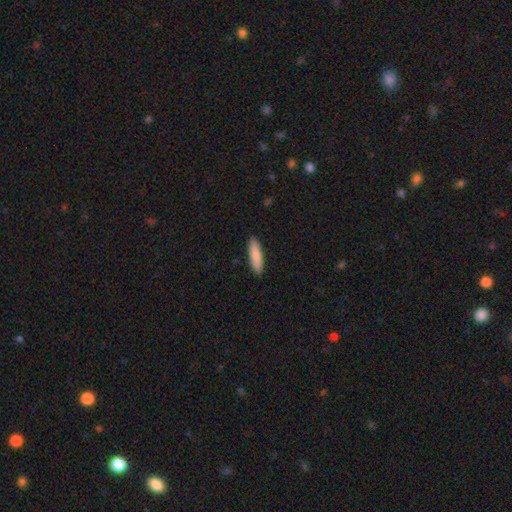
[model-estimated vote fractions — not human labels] smooth-or-featured: smooth: 86% | featured or disk: 9% | star or artifact: 5%
  how-rounded: cigar-shaped: 67% | in between: 31% | round: 1%
  merging: none: 90% | minor disturbance: 7% | major disturbance: 1% | merger: 1%